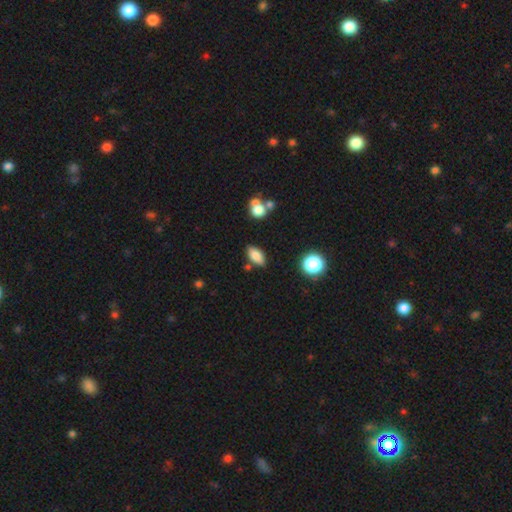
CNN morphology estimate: A smooth galaxy with no disk features (80%) that is in between round and cigar-shaped (86%). Merging: none (79%).